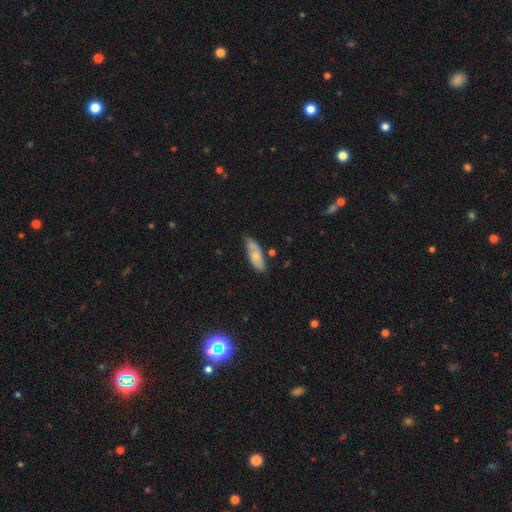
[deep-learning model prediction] smooth 69%, featured or disk 25%, star or artifact 6%. Down the decision tree: how rounded — in between (70%); merging — none (64%).